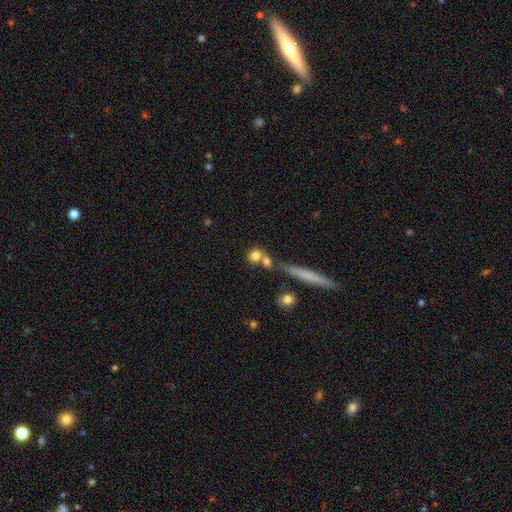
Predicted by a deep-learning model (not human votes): A smooth galaxy with no disk features (78%) that is round (75%).

Vote fractions:
- Smooth or featured? smooth: 78% / featured or disk: 12% / star or artifact: 10%
- How rounded? round: 75% / in between: 19% / cigar-shaped: 7%
- Merging? none: 53% / merger: 34% / minor disturbance: 9% / major disturbance: 4%